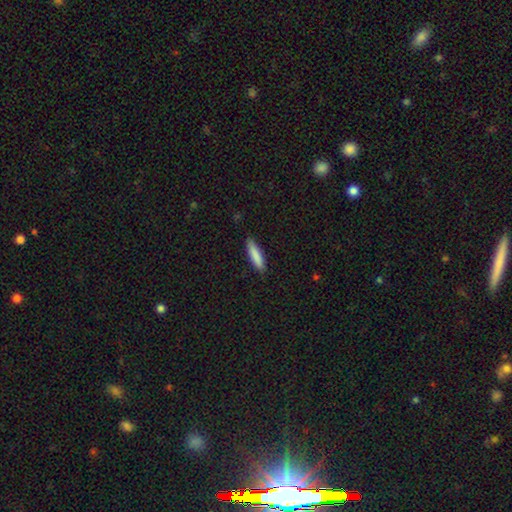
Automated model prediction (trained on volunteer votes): Smooth or featured: smooth — 86% (featured or disk — 9%)
How rounded: cigar-shaped — 77% (in between — 22%)
Merging: none — 87% (minor disturbance — 10%)